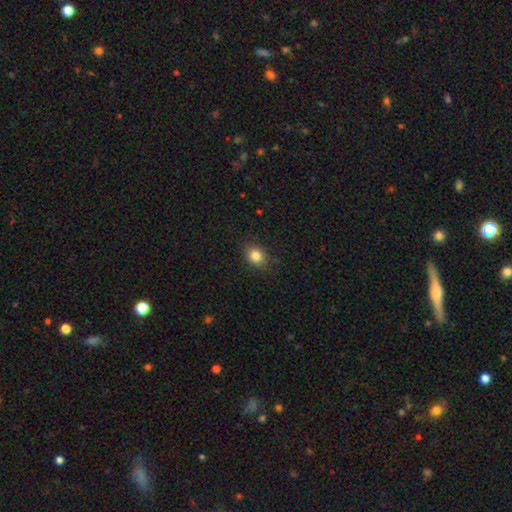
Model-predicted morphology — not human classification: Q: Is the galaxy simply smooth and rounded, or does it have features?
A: smooth — 84%.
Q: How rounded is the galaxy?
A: in between — 53%.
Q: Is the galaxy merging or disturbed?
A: none — 86%.